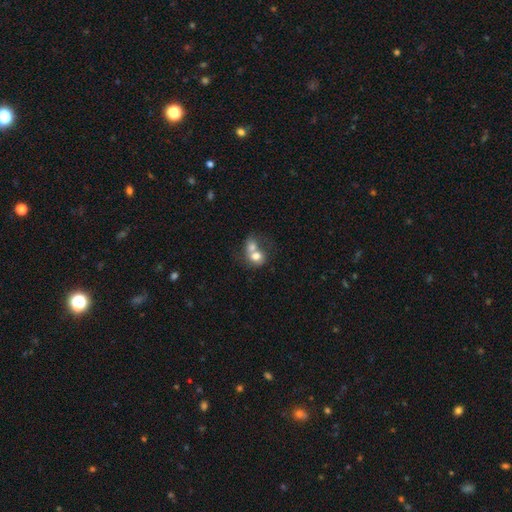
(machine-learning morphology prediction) This appears to be a smooth galaxy with no disk features (70%) that is round (57%). Merging: merger (73%).